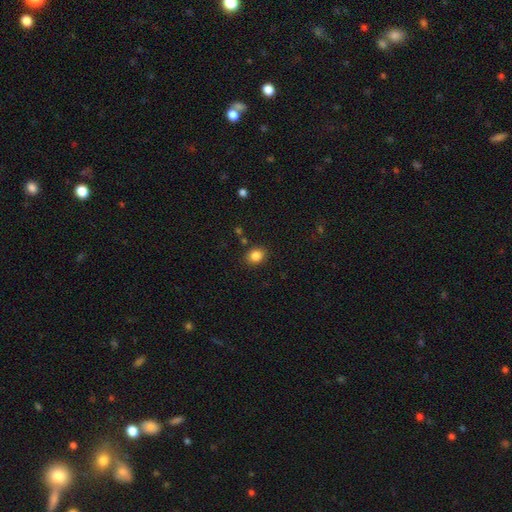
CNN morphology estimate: Q: Smooth or featured?
A: smooth (85%); runner-up: star or artifact (10%)
Q: How rounded?
A: round (60%); runner-up: in between (39%)
Q: Merging?
A: none (85%); runner-up: minor disturbance (10%)